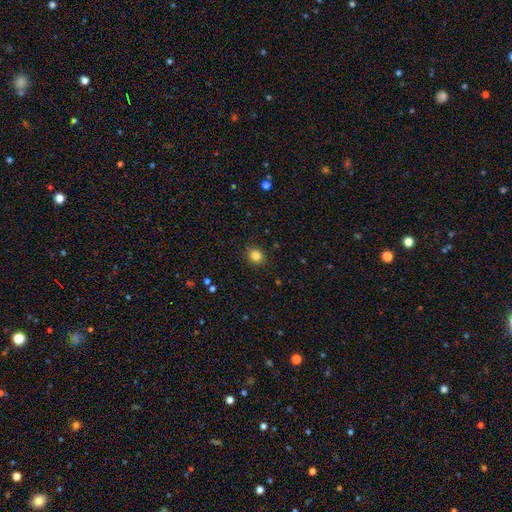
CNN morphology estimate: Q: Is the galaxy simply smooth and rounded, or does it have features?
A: smooth — 84%.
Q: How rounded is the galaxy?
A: round — 84%.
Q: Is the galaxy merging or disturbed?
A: none — 90%.